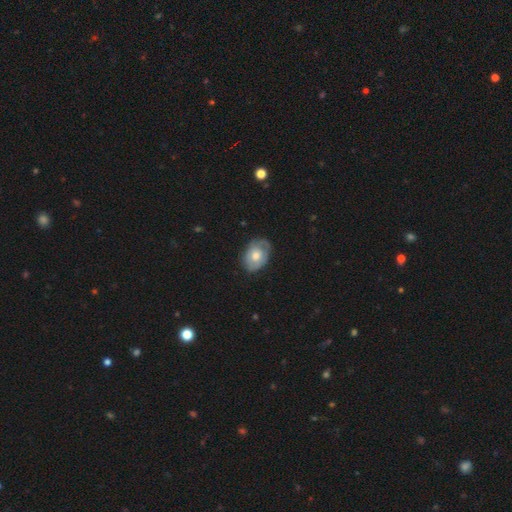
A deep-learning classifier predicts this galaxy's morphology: A smooth galaxy with no disk features (49%).

Vote fractions:
- Smooth or featured? smooth: 49% / featured or disk: 44% / star or artifact: 6%
- Merging? none: 71% / minor disturbance: 22% / major disturbance: 6% / merger: 1%